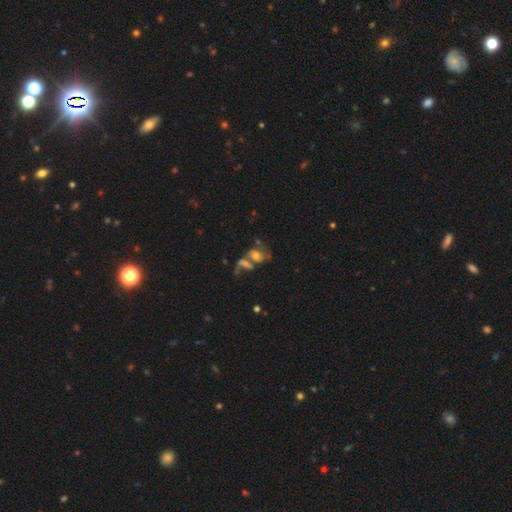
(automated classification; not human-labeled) A featured or disk galaxy (45%). Merging: merger (52%).